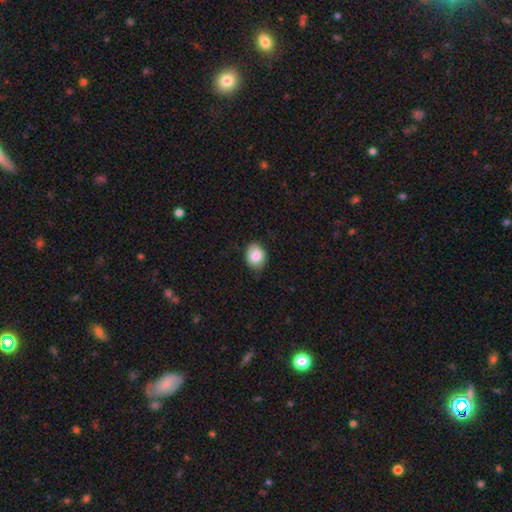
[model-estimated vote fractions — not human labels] smooth_or_featured: smooth (p=0.83) [alt: featured or disk p=0.09]
how_rounded: in between (p=0.59) [alt: round p=0.40]
merging: none (p=0.68) [alt: minor disturbance p=0.26]